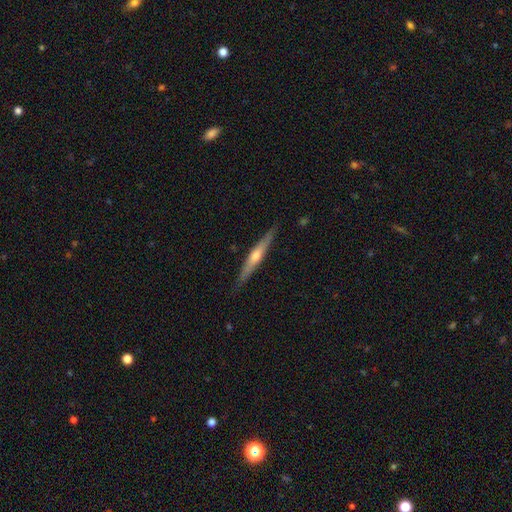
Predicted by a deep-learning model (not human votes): smooth_or_featured: featured or disk (p=0.62) [alt: smooth p=0.32]
disk_edge_on: yes (p=0.95) [alt: no p=0.05]
edge_on_bulge: rounded (p=0.82) [alt: none p=0.13]
merging: none (p=0.87) [alt: minor disturbance p=0.10]